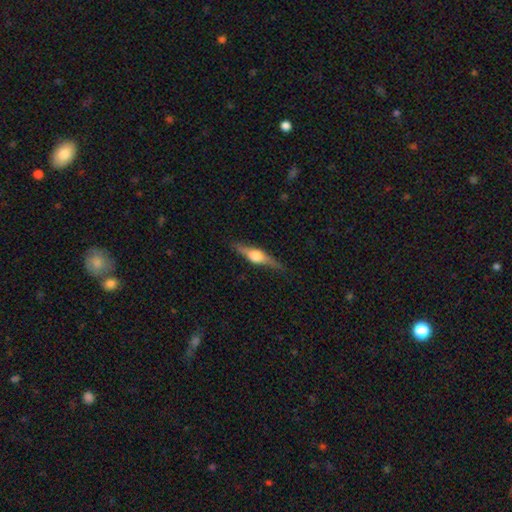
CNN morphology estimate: smooth-or-featured: featured or disk: 69% | smooth: 26% | star or artifact: 5%
  disk-edge-on: yes: 96% | no: 4%
    edge-on-bulge: rounded: 93% | boxy: 5% | none: 2%
  merging: none: 84% | minor disturbance: 12% | major disturbance: 3% | merger: 1%